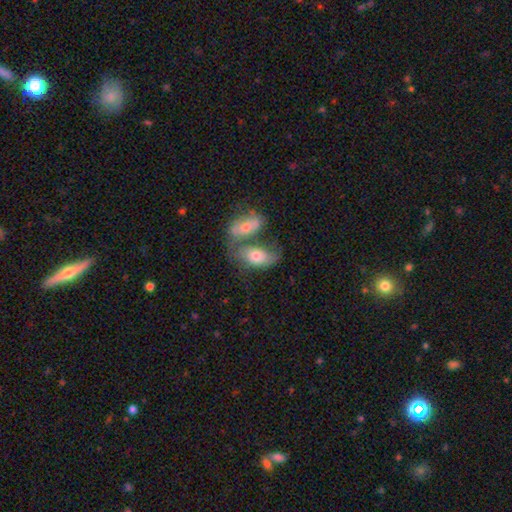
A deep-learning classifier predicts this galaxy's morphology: A smooth galaxy with no disk features (64%) that is in between round and cigar-shaped (90%). Merging: merger (61%).